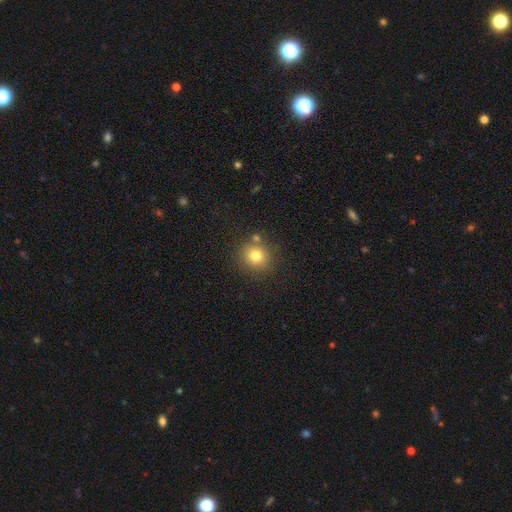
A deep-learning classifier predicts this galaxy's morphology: This appears to be a smooth galaxy with no disk features (79%) that is round (87%). Merging: none (77%).